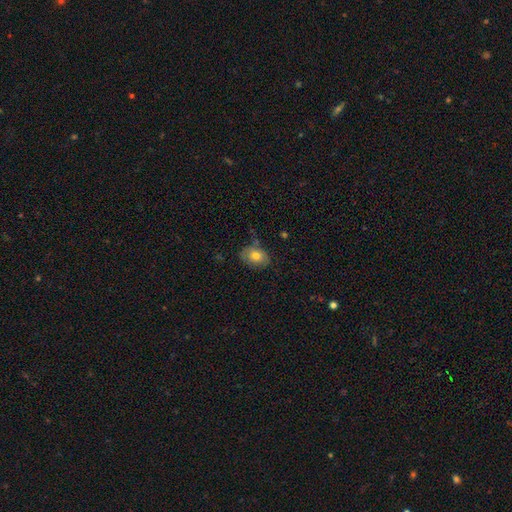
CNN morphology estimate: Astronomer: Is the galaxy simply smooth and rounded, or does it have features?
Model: smooth — 73%.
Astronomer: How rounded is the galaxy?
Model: in between — 73%.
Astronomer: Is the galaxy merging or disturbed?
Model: none — 65%.